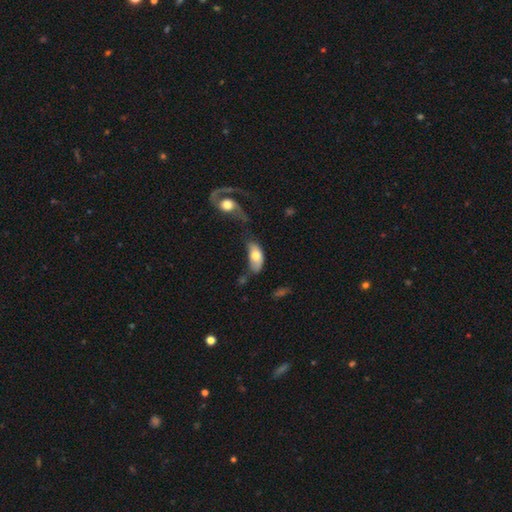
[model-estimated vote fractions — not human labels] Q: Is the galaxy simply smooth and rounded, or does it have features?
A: smooth — 67%.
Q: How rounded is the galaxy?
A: in between — 92%.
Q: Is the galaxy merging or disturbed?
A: none — 27%, tied with minor disturbance.